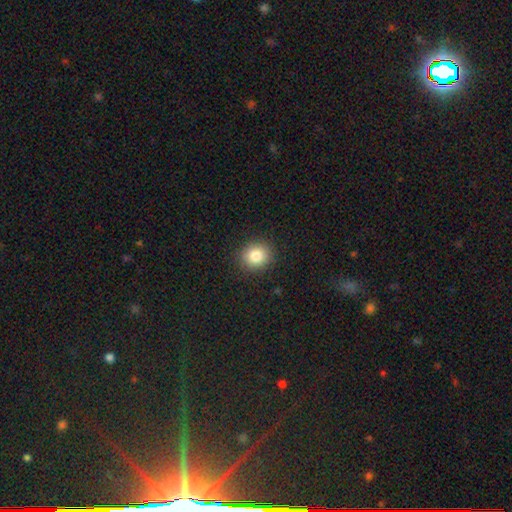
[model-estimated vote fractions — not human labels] This is clearly a smooth galaxy (84%). How rounded: clearly round (80%). Merging: clearly none (89%).